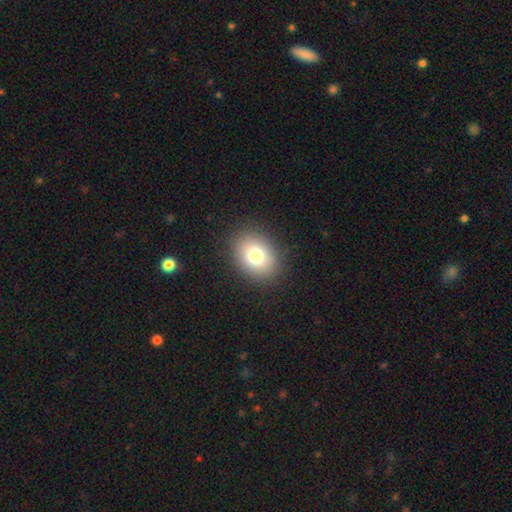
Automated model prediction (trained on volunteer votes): Smooth or featured? Predicted: smooth (p=0.76). How rounded? Predicted: in between (p=0.50). Merging? Predicted: none (p=0.89).